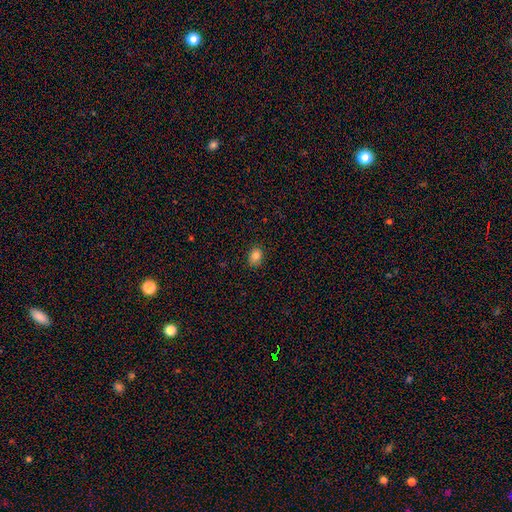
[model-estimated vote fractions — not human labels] A smooth galaxy with no disk features (83%) that is in between round and cigar-shaped (65%). Merging: none (88%).